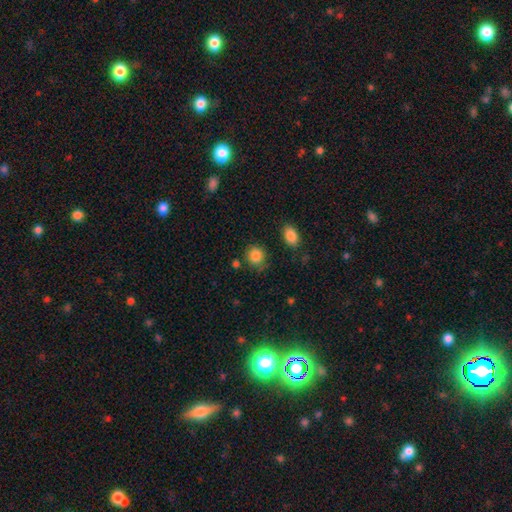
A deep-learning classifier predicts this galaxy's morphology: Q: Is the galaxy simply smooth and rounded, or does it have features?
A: smooth — 86%.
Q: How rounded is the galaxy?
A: round — 78%.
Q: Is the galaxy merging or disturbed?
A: none — 77%.